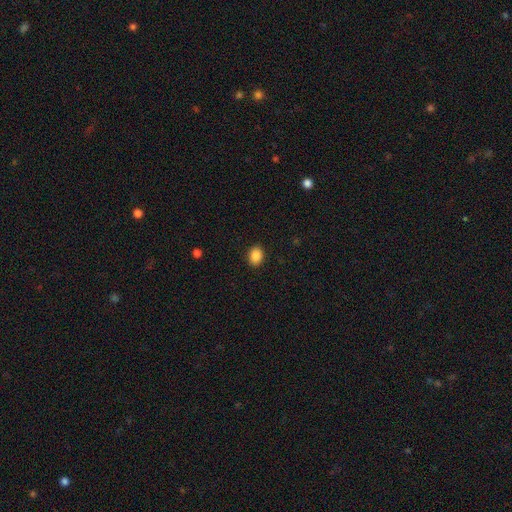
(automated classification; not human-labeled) This appears to be a smooth galaxy with no disk features (88%) that is in between round and cigar-shaped (62%). Merging: none (90%).